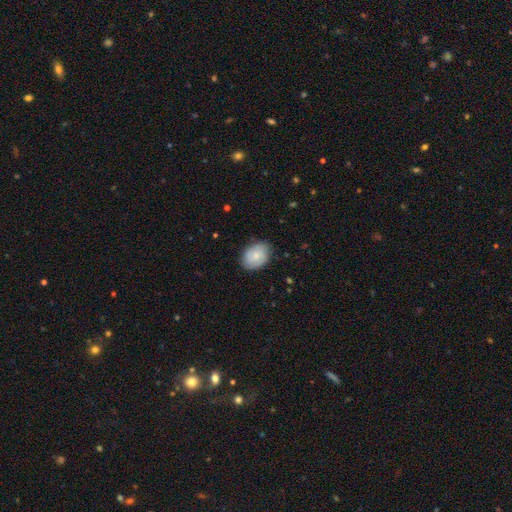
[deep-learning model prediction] A smooth galaxy with no disk features (70%) that is in between round and cigar-shaped (73%). Merging: none (82%).